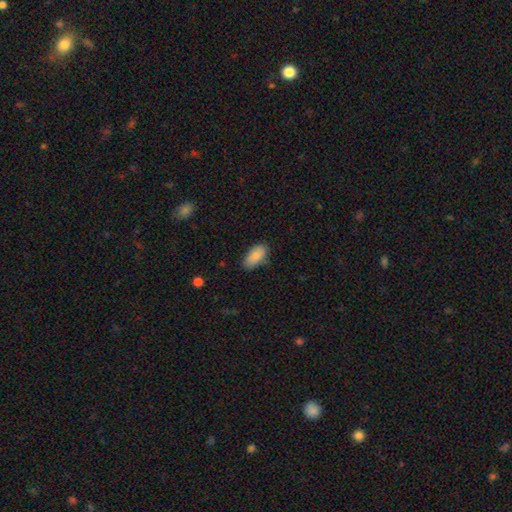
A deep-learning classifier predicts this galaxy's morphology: smooth-or-featured: smooth: 87% | featured or disk: 7% | star or artifact: 6%
  how-rounded: in between: 93% | cigar-shaped: 5% | round: 2%
  merging: none: 75% | minor disturbance: 20% | major disturbance: 3% | merger: 1%